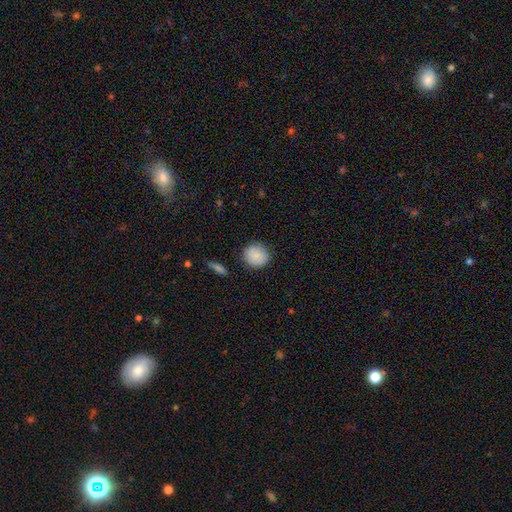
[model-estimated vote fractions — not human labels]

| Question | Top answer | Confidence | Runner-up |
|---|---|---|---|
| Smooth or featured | smooth | 87% | star or artifact (7%) |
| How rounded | round | 84% | in between (15%) |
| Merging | none | 87% | minor disturbance (9%) |